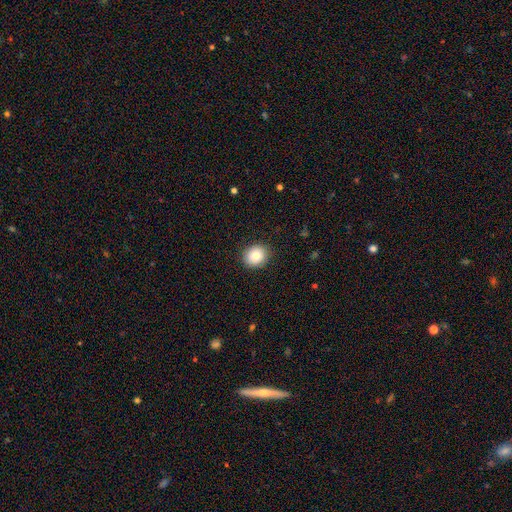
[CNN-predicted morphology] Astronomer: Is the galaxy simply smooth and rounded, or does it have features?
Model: smooth — 82%.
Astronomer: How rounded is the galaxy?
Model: round — 75%.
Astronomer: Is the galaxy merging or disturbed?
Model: none — 89%.